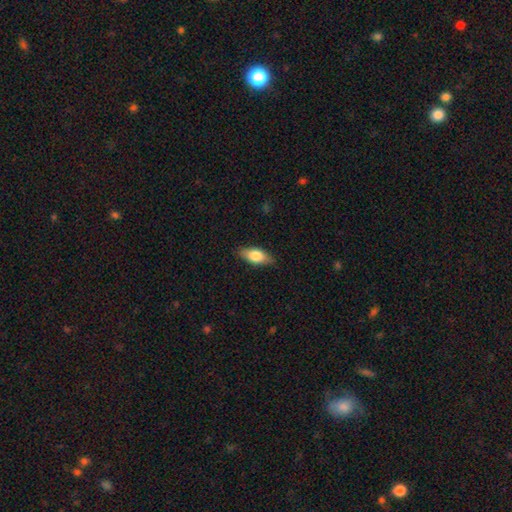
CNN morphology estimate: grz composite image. It shows a smooth galaxy with no disk features (75%) that is in between round and cigar-shaped (84%). Merging: none (85%).